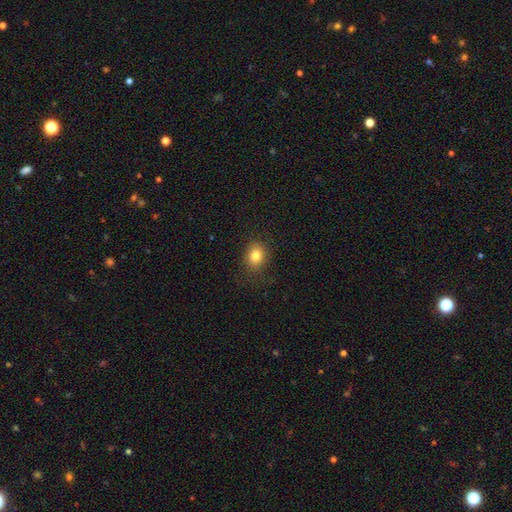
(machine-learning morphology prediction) The model was most divided on "how rounded": round: 56%, in between: 43%, cigar-shaped: 1%. More confident: merging — none (82%); smooth or featured — smooth (81%).